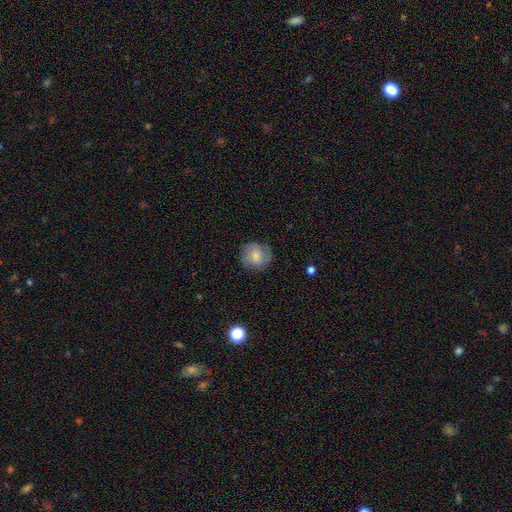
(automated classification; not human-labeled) smooth-or-featured: smooth: 69% | featured or disk: 23% | star or artifact: 8%
  how-rounded: round: 83% | in between: 16% | cigar-shaped: 1%
  merging: none: 74% | minor disturbance: 19% | major disturbance: 6% | merger: 1%